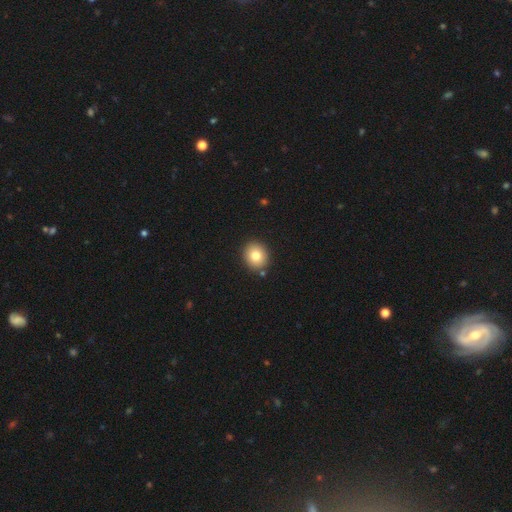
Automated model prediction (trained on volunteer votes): The model was most divided on "how rounded": round: 77%, in between: 22%, cigar-shaped: 1%. More confident: merging — none (87%); smooth or featured — smooth (79%).